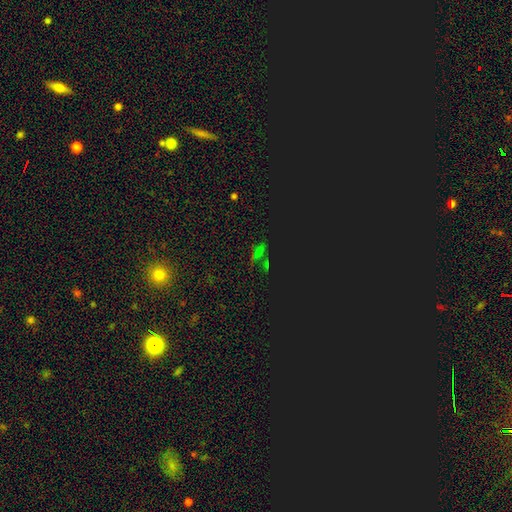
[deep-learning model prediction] This appears to be a star or artifact, not a galaxy (66%).